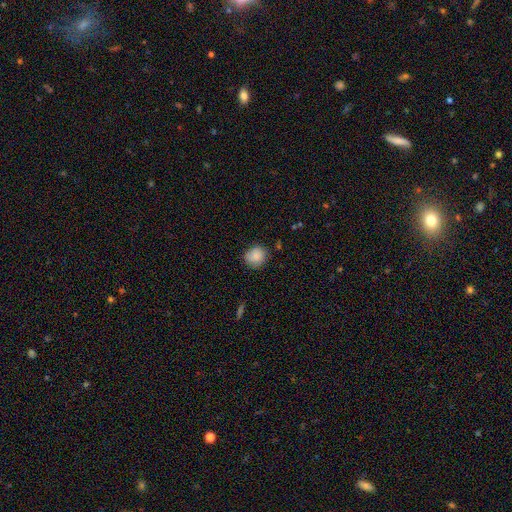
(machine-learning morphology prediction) smooth 85%, star or artifact 8%, featured or disk 7%. Down the decision tree: how rounded — round (78%); merging — none (75%).